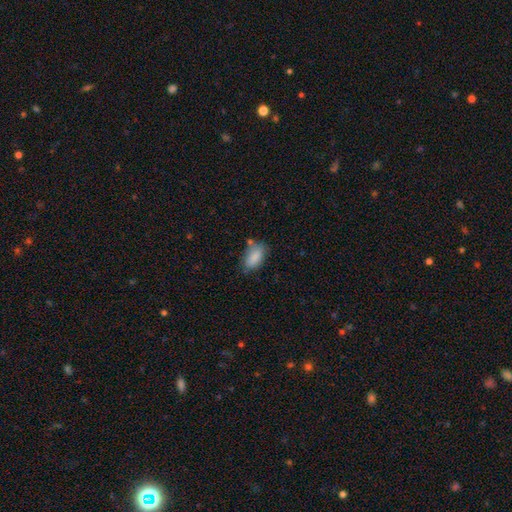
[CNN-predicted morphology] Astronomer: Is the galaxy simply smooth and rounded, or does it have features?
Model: smooth — 86%.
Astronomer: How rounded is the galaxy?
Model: in between — 92%.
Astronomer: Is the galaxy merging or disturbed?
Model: none — 63%.